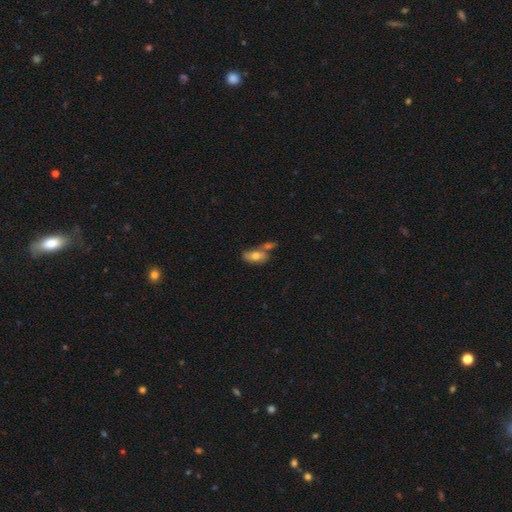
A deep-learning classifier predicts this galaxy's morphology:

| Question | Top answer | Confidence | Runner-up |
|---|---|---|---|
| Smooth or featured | smooth | 70% | featured or disk (22%) |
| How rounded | in between | 87% | cigar-shaped (8%) |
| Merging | none | 44% | merger (34%) |